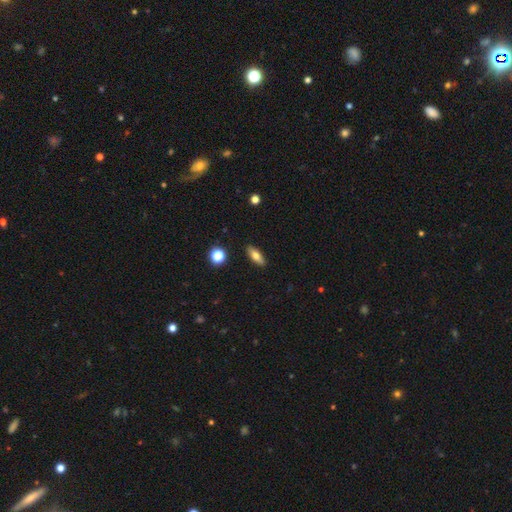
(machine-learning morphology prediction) Overall: smooth (71%). How rounded: in between (65%; cigar-shaped 31%). Merging: none (89%).